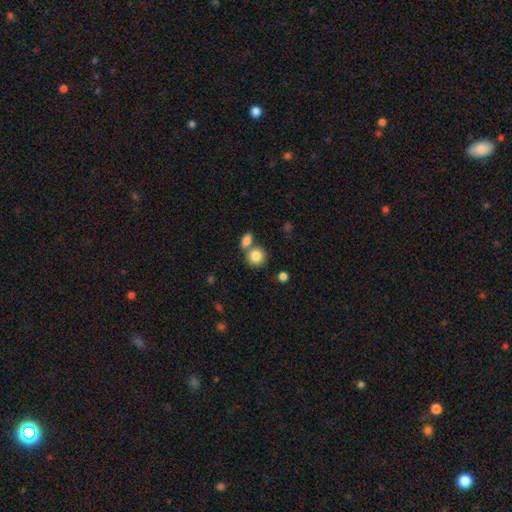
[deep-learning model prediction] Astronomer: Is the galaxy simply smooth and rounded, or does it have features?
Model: smooth — 84%.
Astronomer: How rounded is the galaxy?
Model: round — 81%.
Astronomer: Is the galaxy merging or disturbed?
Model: none — 54% (runner-up: merger, 33%).